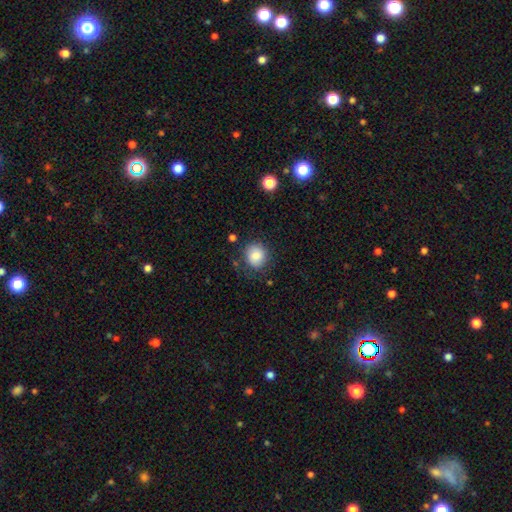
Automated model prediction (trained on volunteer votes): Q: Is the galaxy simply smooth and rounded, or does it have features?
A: smooth — 84%.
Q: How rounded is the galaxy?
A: round — 81%.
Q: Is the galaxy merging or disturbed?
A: none — 78%.